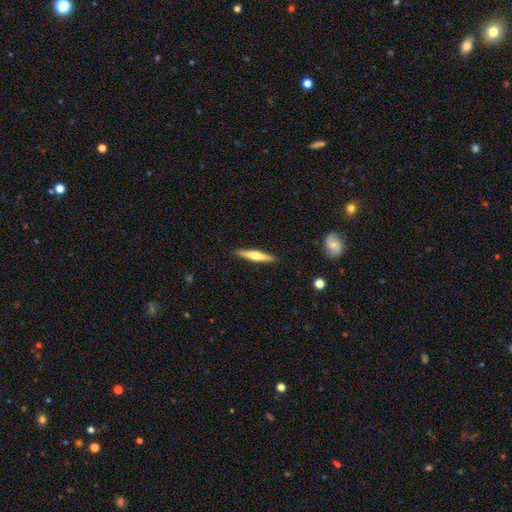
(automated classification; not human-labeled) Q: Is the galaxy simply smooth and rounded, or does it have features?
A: featured or disk — 49%.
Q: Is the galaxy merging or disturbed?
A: none — 90%.